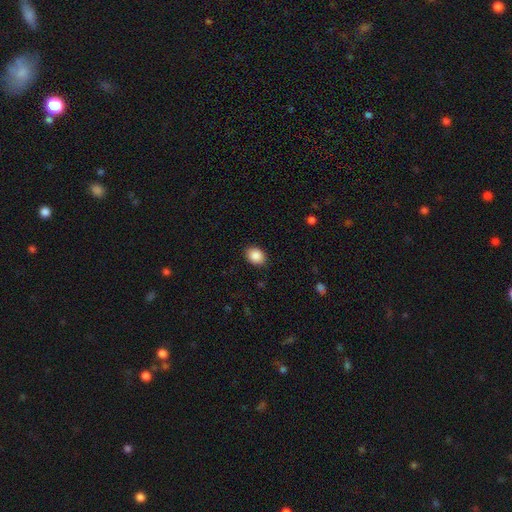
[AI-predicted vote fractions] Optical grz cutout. It shows a smooth galaxy with no disk features (89%) that is in between round and cigar-shaped (61%). Merging: none (88%).